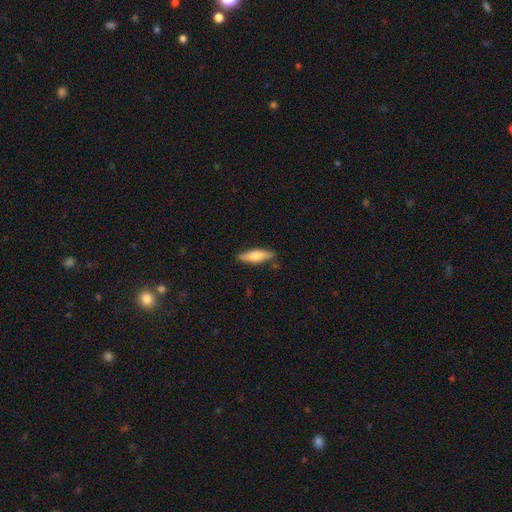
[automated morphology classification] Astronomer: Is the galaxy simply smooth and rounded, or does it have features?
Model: smooth — 64%.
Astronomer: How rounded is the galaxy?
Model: cigar-shaped — 62%.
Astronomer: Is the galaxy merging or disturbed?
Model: none — 84%.